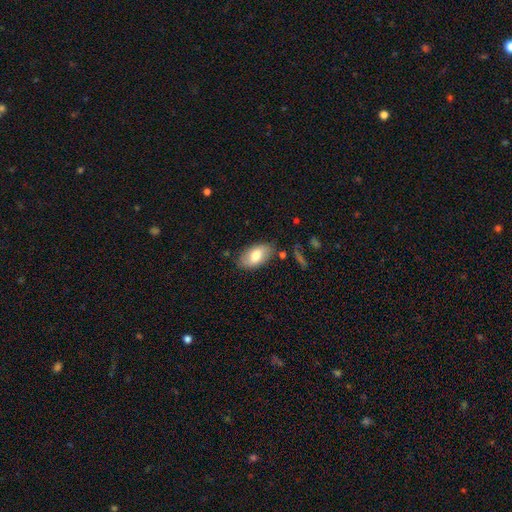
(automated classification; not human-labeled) smooth 76%, featured or disk 18%, star or artifact 6%. Down the decision tree: how rounded — in between (94%); merging — none (79%).